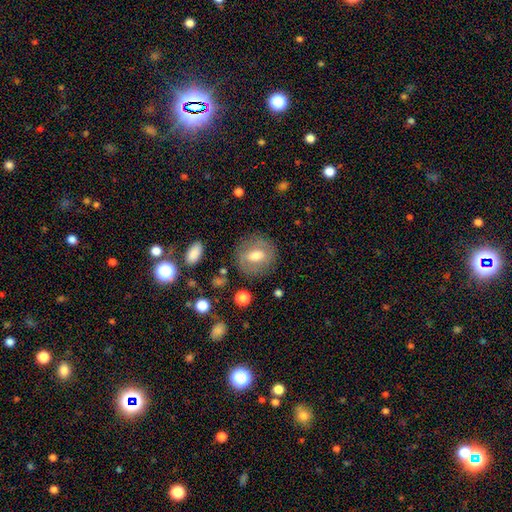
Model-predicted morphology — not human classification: smooth-or-featured: smooth: 58% | featured or disk: 34% | star or artifact: 8%
  how-rounded: round: 65% | in between: 33% | cigar-shaped: 2%
  merging: none: 79% | minor disturbance: 13% | major disturbance: 6% | merger: 2%